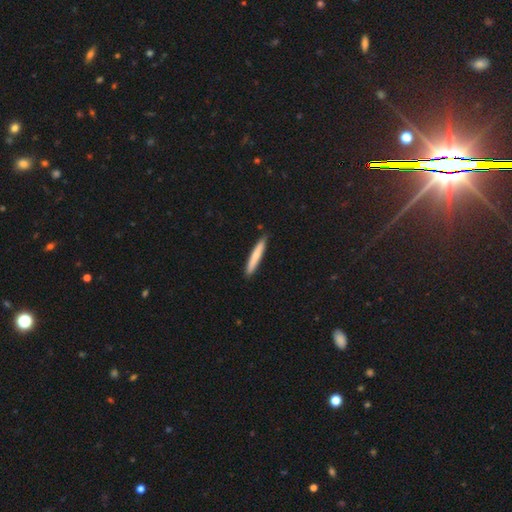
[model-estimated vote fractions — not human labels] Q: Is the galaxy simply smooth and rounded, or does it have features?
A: smooth — 73%.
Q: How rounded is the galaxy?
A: cigar-shaped — 95%.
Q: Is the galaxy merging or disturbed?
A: none — 88%.